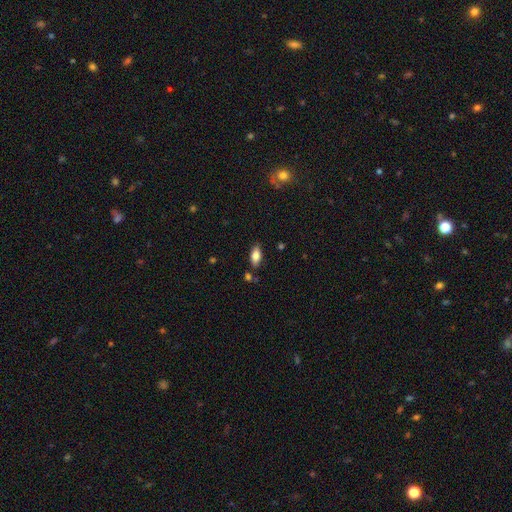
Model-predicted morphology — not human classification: The model was most divided on "smooth or featured": smooth: 79%, featured or disk: 13%, star or artifact: 8%. More confident: how rounded — in between (88%); merging — none (81%).